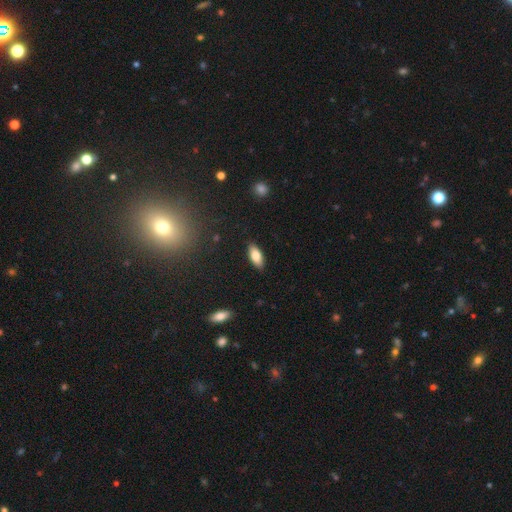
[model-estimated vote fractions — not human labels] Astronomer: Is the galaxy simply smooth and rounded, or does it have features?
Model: smooth — 80%.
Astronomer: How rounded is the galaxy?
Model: in between — 82%.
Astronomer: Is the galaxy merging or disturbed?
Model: none — 88%.